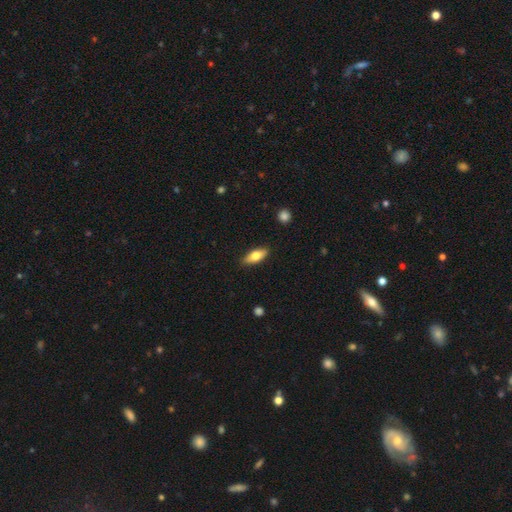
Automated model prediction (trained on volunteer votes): The model was most divided on "smooth or featured": smooth: 68%, featured or disk: 26%, star or artifact: 6%. More confident: merging — none (87%); how rounded — in between (75%).